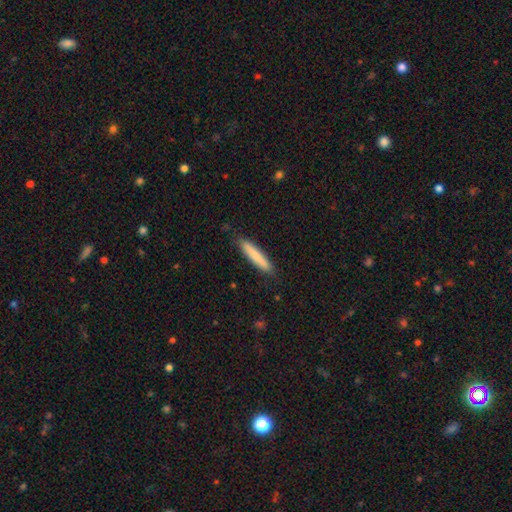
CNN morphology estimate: Smooth or featured? smooth (81%)
How rounded? cigar-shaped (92%)
Merging? none (87%)